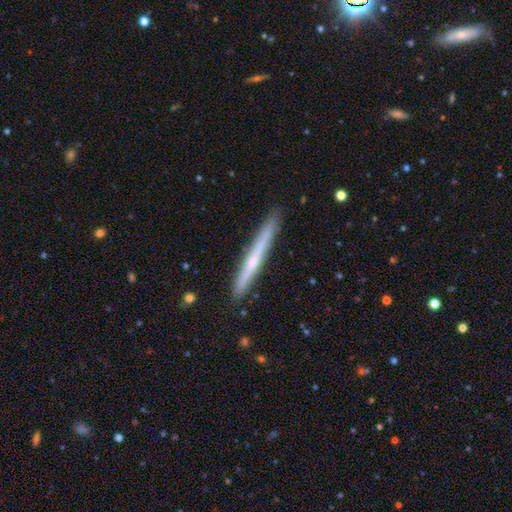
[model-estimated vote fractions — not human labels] A featured or disk galaxy (56%) viewed edge-on (96%) with no central bulge (52%).

Vote fractions:
- Smooth or featured? featured or disk: 56% / smooth: 37% / star or artifact: 6%
- Edge-on disk? yes: 96% / no: 4%
- Edge-on bulge? none: 52% / rounded: 45% / boxy: 4%
- Merging? none: 90% / minor disturbance: 8% / major disturbance: 1% / merger: 1%